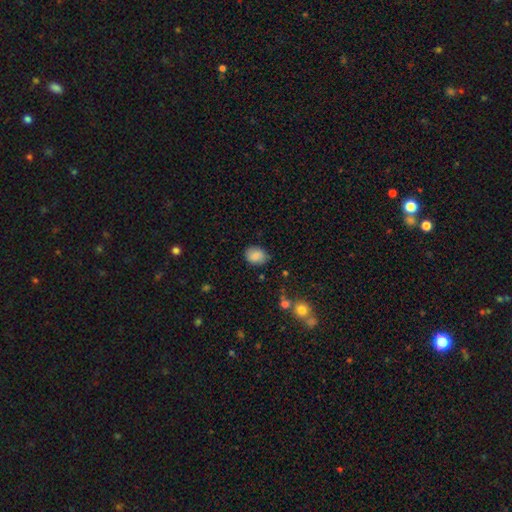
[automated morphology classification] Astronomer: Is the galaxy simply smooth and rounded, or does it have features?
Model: smooth — 84%.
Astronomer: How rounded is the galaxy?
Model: in between — 58% (runner-up: round, 41%).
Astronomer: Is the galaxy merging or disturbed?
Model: none — 75%.